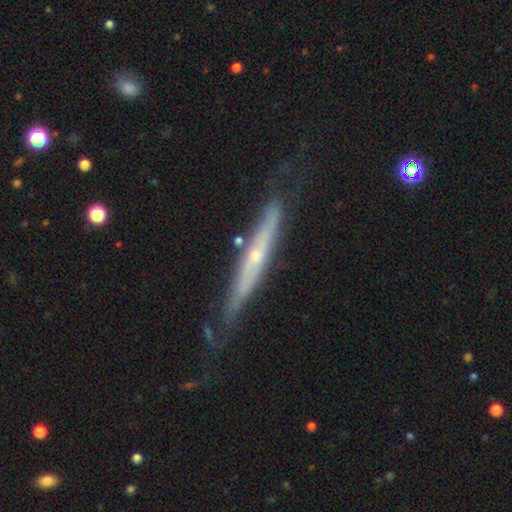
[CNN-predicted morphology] The model was most divided on "edge-on bulge": rounded: 59%, none: 38%, boxy: 3%. More confident: edge-on disk — yes (82%); smooth or featured — featured or disk (74%); merging — none (65%).